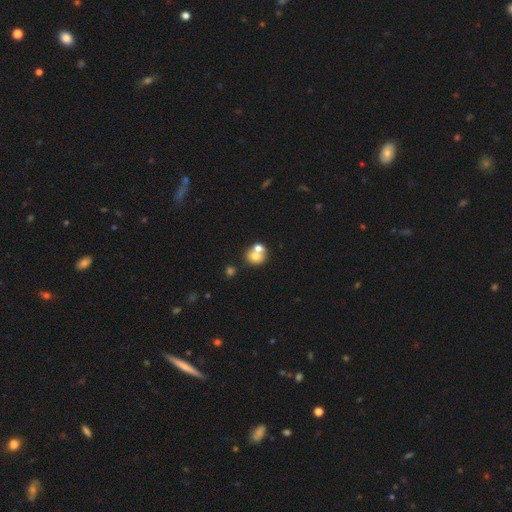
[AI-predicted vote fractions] Smooth or featured? Predicted: smooth (p=0.67). How rounded? Predicted: round (p=0.75). Merging? Predicted: merger (p=0.52).